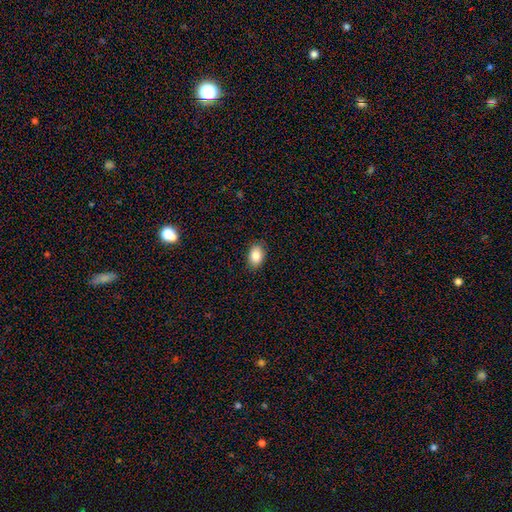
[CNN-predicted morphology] type=smooth (87%); roundness=in between (85%); merging=none (87%).